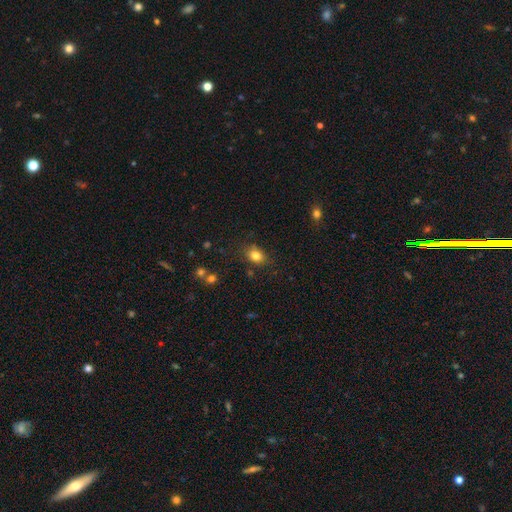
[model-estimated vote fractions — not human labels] smooth 82%, star or artifact 11%, featured or disk 7%. Down the decision tree: how rounded — in between (58%); merging — none (78%).